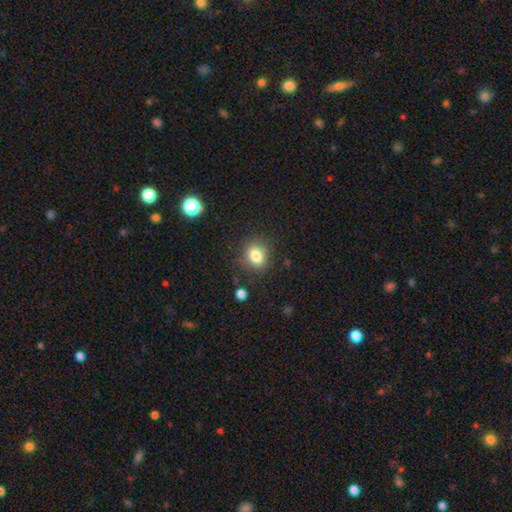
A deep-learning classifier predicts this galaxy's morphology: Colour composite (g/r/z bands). It shows a smooth galaxy with no disk features (81%) that is in between round and cigar-shaped (51%). Merging: none (78%).